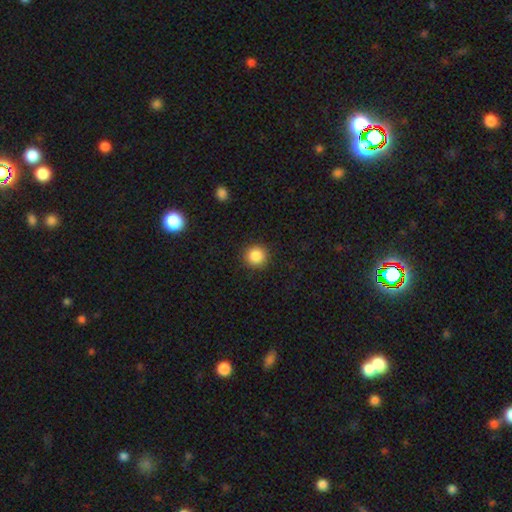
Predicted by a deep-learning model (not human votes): A smooth galaxy with no disk features (87%) that is round (94%).

Vote fractions:
- Smooth or featured? smooth: 87% / star or artifact: 9% / featured or disk: 4%
- How rounded? round: 94% / in between: 5% / cigar-shaped: 1%
- Merging? none: 91% / minor disturbance: 6% / major disturbance: 2% / merger: 1%